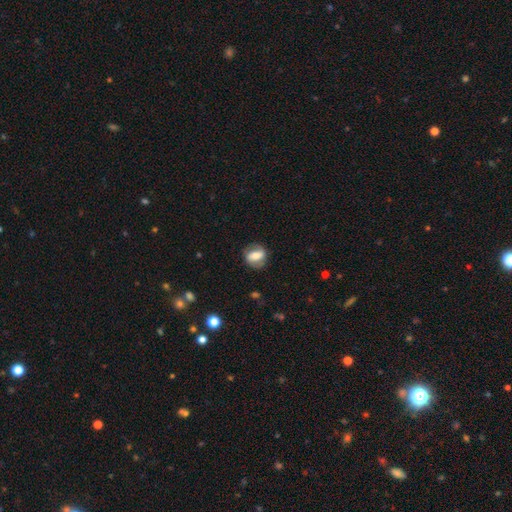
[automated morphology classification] Overall: smooth (51%; featured or disk 41%). How rounded: in between (58%; round 38%). Merging: none (76%).